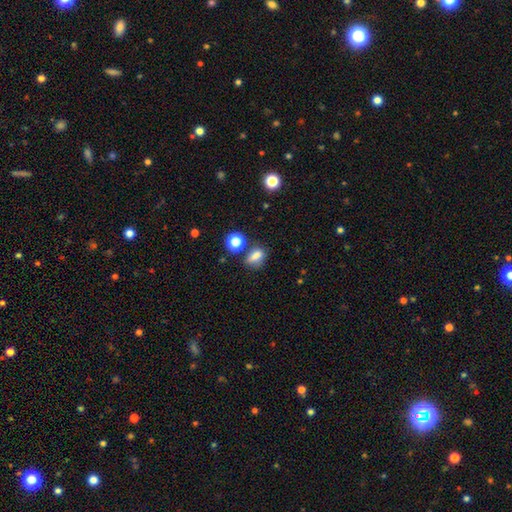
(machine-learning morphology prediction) type=smooth (76%); roundness=in between (66%); merging=none (61%).